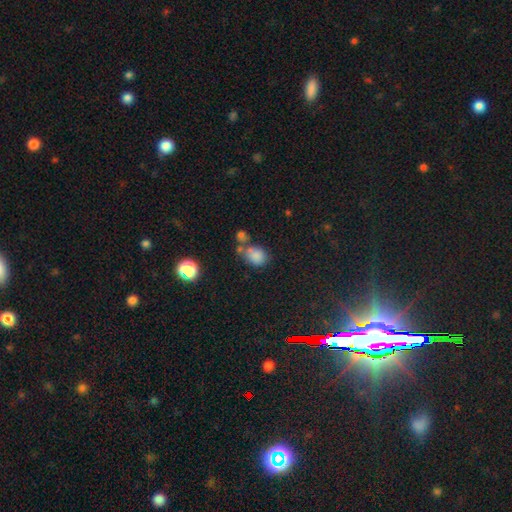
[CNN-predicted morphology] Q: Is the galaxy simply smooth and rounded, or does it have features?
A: smooth — 78%.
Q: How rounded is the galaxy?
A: round — 55%.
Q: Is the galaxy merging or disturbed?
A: none — 48%.